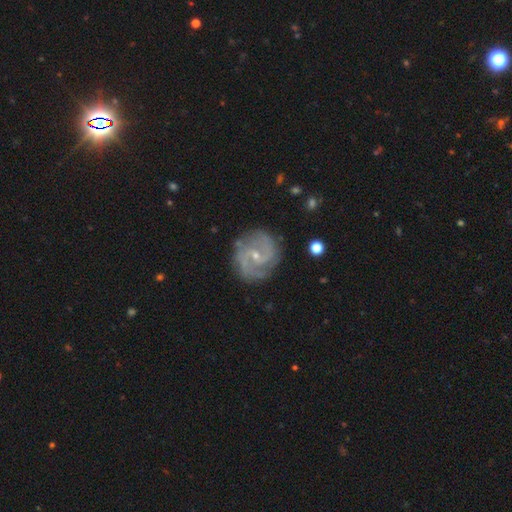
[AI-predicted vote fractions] A featured or disk galaxy (87%) with a weak bar (46%), 2 (70%) medium (50%) spiral arms (96%) and a small central bulge (76%).

Vote fractions:
- Smooth or featured? featured or disk: 87% / smooth: 7% / star or artifact: 6%
- Edge-on disk? no: 98% / yes: 2%
- Bar? weak: 46% / no: 42% / strong: 11%
- Spiral arms? yes: 96% / no: 4%
- Spiral winding? medium: 50% / tight: 34% / loose: 15%
- Spiral arm count? 2: 70% / 3: 11% / can't tell: 9% / 1: 3% / 4: 3% / more than 4: 3%
- Bulge size? small: 76% / moderate: 21% / none: 2% / large: 1% / dominant: 1%
- Merging? none: 80% / minor disturbance: 14% / major disturbance: 5% / merger: 2%